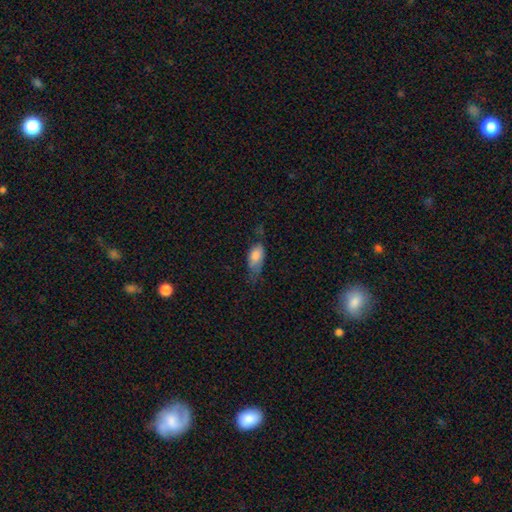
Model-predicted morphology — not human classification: smooth 78%, featured or disk 15%, star or artifact 8%. Down the decision tree: how rounded — in between (87%); merging — minor disturbance (40%).